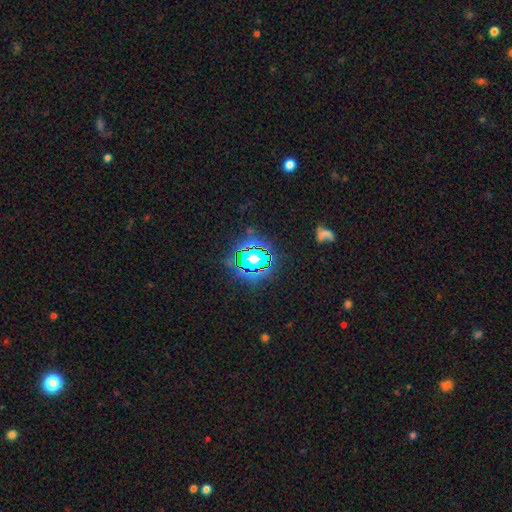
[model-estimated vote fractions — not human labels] star or artifact 64%, smooth 23%, featured or disk 14%.